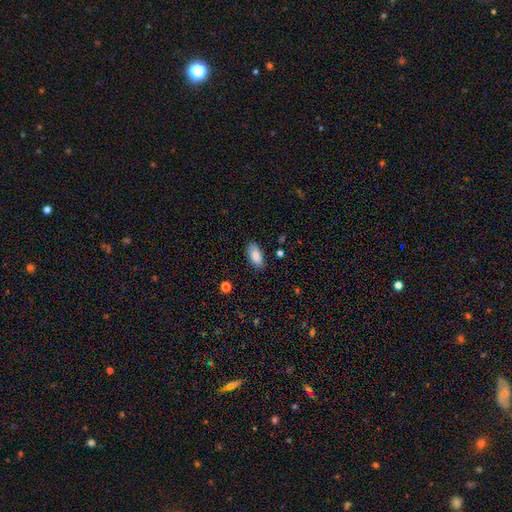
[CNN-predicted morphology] Smooth or featured?
  - smooth: 86% *
  - featured or disk: 7%
  - star or artifact: 7%
How rounded?
  - in between: 91% *
  - cigar-shaped: 6%
  - round: 3%
Merging?
  - none: 83% *
  - minor disturbance: 13%
  - major disturbance: 3%
  - merger: 1%